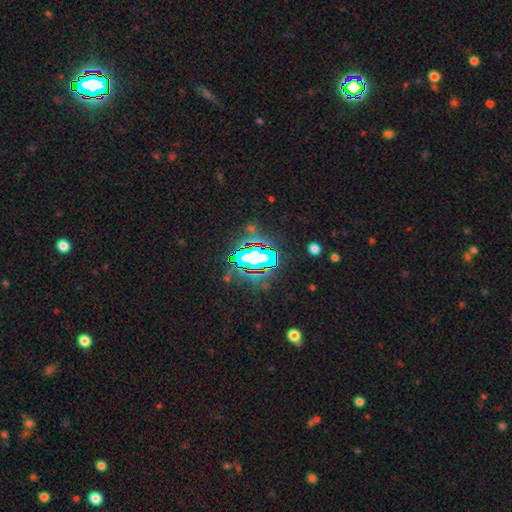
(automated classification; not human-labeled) smooth_or_featured: star or artifact (p=0.69) [alt: smooth p=0.16]